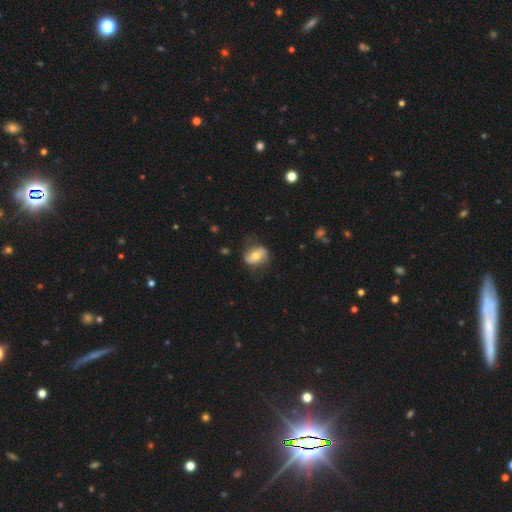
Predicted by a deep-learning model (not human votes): Smooth or featured?
  - smooth: 50% *
  - featured or disk: 42%
  - star or artifact: 7%
How rounded?
  - in between: 65% *
  - round: 33%
  - cigar-shaped: 2%
Merging?
  - none: 71% *
  - minor disturbance: 20%
  - major disturbance: 8%
  - merger: 1%